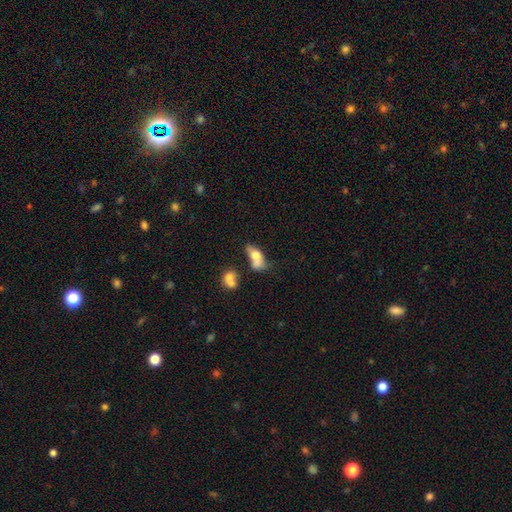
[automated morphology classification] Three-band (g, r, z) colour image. It shows a smooth galaxy with no disk features (62%) that is in between round and cigar-shaped (77%). Merging: merger (38%).